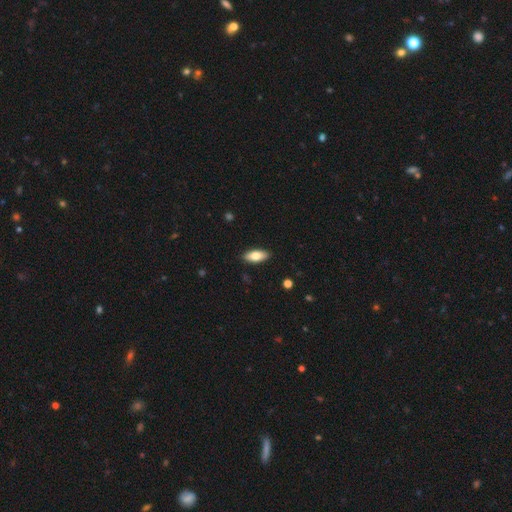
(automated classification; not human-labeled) A smooth galaxy with no disk features (76%) that is in between round and cigar-shaped (80%). Merging: none (89%).